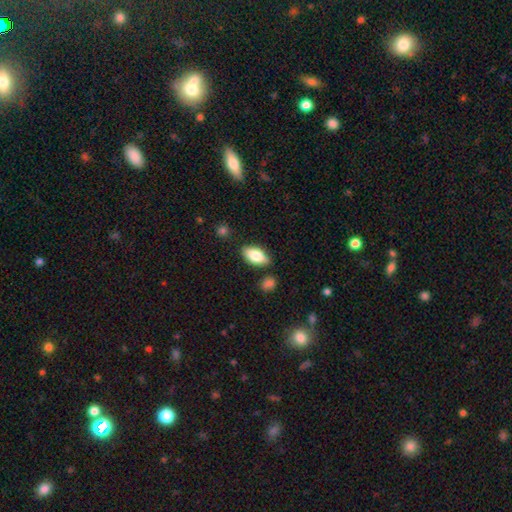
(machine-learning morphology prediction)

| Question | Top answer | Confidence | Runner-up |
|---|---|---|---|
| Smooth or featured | smooth | 75% | featured or disk (18%) |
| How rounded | in between | 88% | cigar-shaped (8%) |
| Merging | none | 79% | minor disturbance (14%) |